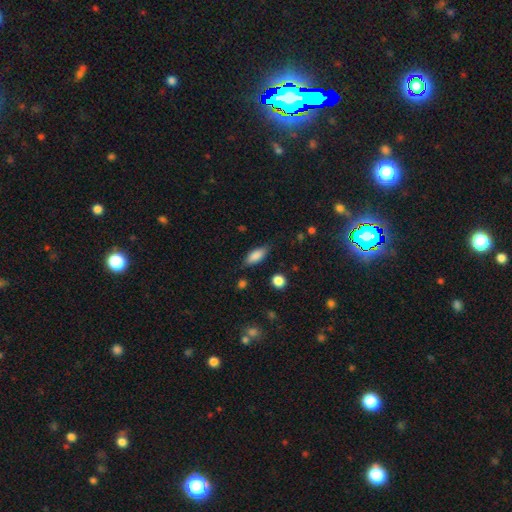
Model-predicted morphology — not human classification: Q: Smooth or featured?
A: smooth (82%); runner-up: featured or disk (11%)
Q: How rounded?
A: in between (78%); runner-up: cigar-shaped (20%)
Q: Merging?
A: none (78%); runner-up: minor disturbance (16%)